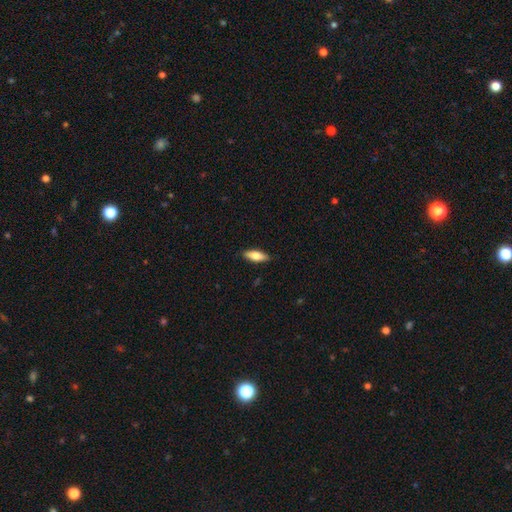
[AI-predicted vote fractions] Morphology: type=smooth (71%); roundness=in between (61%); merging=none (87%).